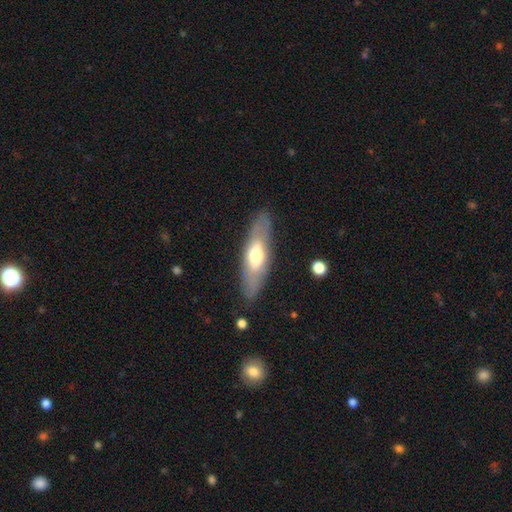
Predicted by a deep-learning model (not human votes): A smooth galaxy with no disk features (51%) that is in between round and cigar-shaped (52%).

Vote fractions:
- Smooth or featured? smooth: 51% / featured or disk: 43% / star or artifact: 6%
- How rounded? in between: 52% / cigar-shaped: 45% / round: 2%
- Merging? none: 84% / minor disturbance: 11% / major disturbance: 4% / merger: 2%